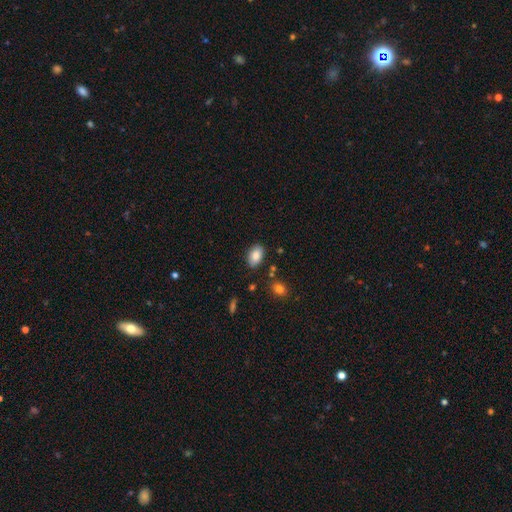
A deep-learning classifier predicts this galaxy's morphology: This appears to be a smooth galaxy with no disk features (85%) that is in between round and cigar-shaped (90%). Merging: none (84%).